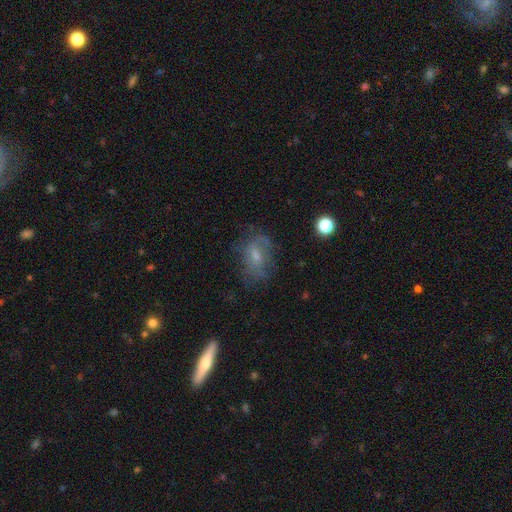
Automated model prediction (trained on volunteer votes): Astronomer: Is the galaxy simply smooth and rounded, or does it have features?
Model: smooth — 46% (runner-up: featured or disk, 41%).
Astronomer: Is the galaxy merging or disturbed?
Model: none — 55%.